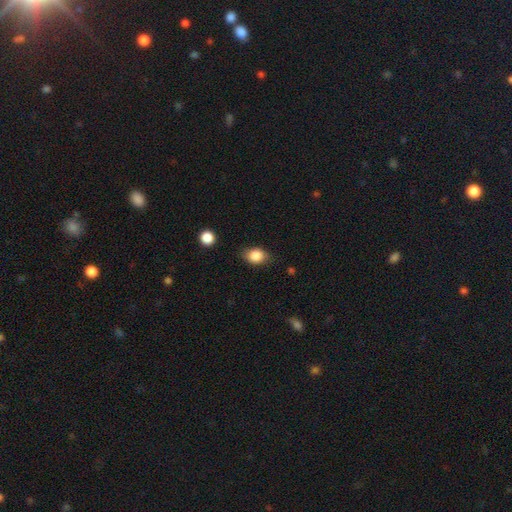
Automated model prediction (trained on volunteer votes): The model was most divided on "how rounded": in between: 65%, round: 33%, cigar-shaped: 1%. More confident: smooth or featured — smooth (86%); merging — none (77%).